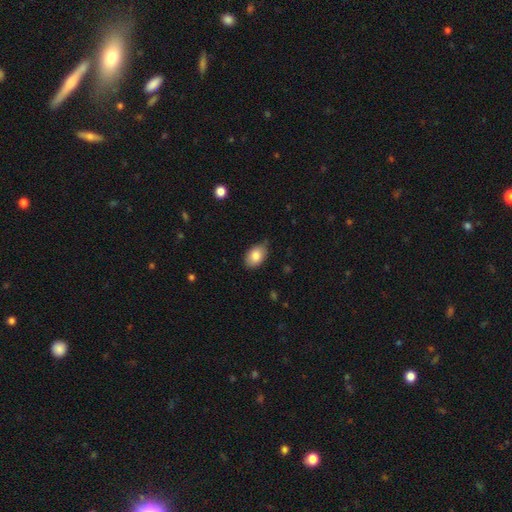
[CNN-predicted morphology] The model was most divided on "merging": none: 71%, minor disturbance: 25%, major disturbance: 3%, merger: 1%. More confident: how rounded — in between (88%); smooth or featured — smooth (83%).